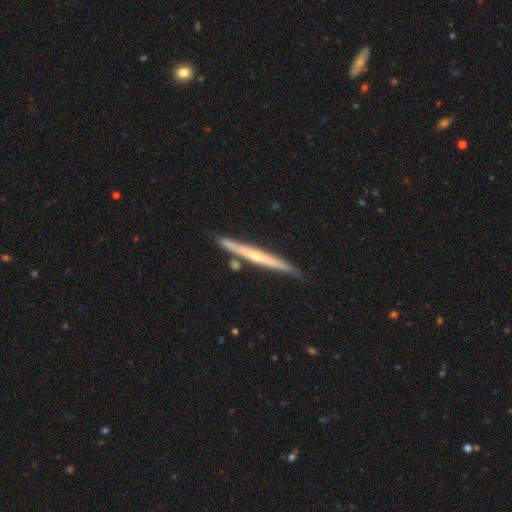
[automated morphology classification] Overall: featured or disk (72%). Edge-on disk: yes (97%). Edge-on bulge: rounded (57%; none 37%). Merging: none (83%).